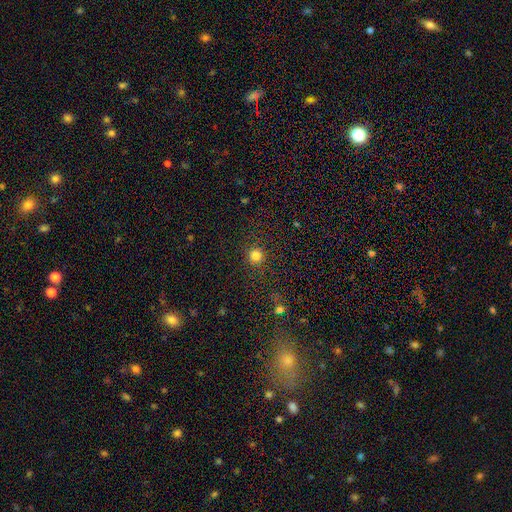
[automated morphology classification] Smooth or featured? smooth (81%)
How rounded? round (95%)
Merging? none (90%)